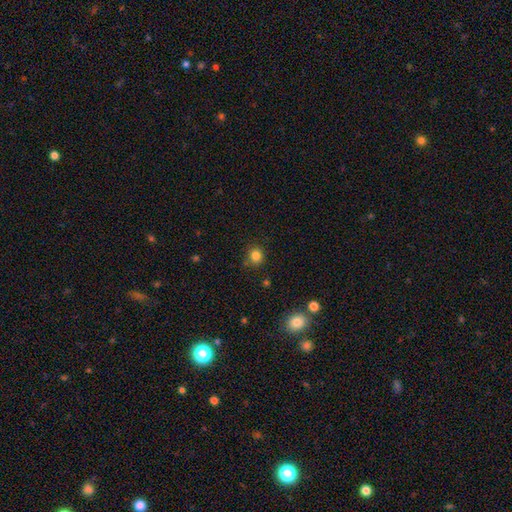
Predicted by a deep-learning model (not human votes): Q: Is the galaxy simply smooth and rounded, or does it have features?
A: smooth — 82%.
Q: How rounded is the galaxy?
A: round — 85%.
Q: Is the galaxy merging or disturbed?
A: none — 84%.